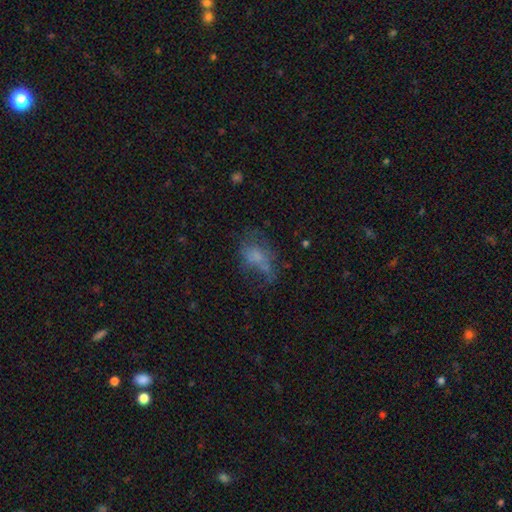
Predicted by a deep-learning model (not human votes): This is marginally a smooth galaxy (44%). Merging: marginally none (39%).